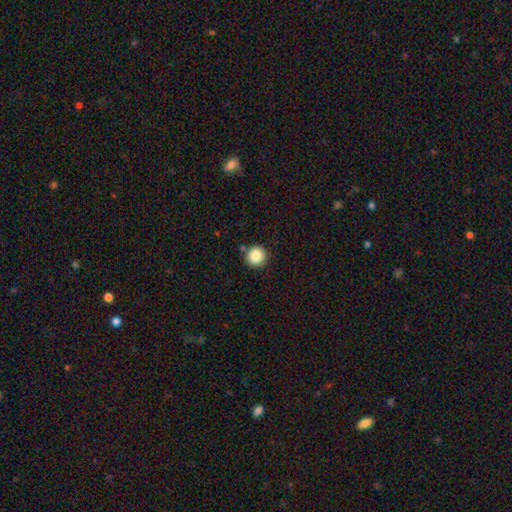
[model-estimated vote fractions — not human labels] Overall: smooth (87%). How rounded: round (95%). Merging: none (86%).